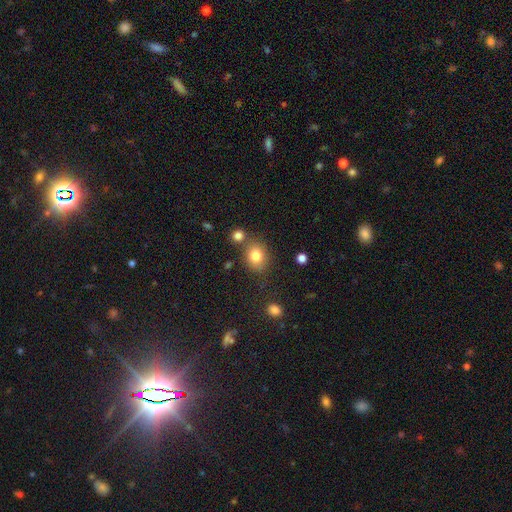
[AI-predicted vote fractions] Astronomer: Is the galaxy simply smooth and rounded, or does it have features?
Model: smooth — 81%.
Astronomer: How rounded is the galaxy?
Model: round — 58% (runner-up: in between, 41%).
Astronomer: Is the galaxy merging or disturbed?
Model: none — 69%.